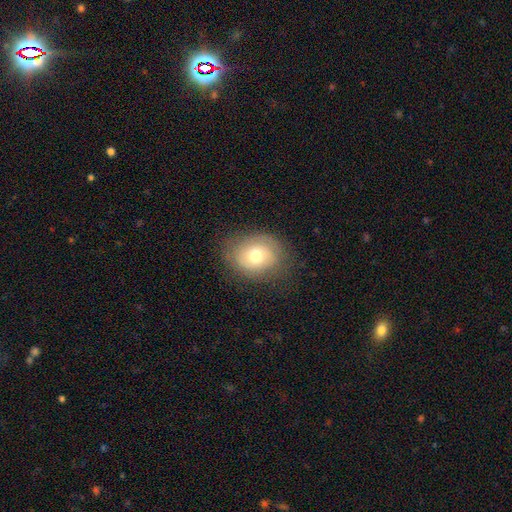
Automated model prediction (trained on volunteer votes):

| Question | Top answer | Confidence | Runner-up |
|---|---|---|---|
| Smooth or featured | smooth | 65% | featured or disk (25%) |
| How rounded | in between | 50% | round (49%) |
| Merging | none | 76% | minor disturbance (17%) |